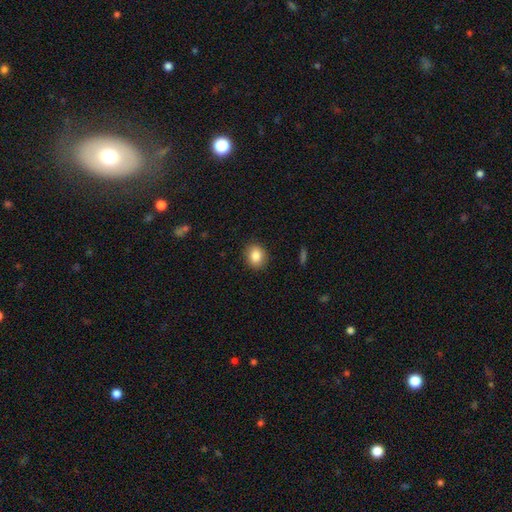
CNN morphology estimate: smooth_or_featured: smooth (p=0.85) [alt: star or artifact p=0.09]
how_rounded: round (p=0.64) [alt: in between p=0.35]
merging: none (p=0.89) [alt: minor disturbance p=0.08]